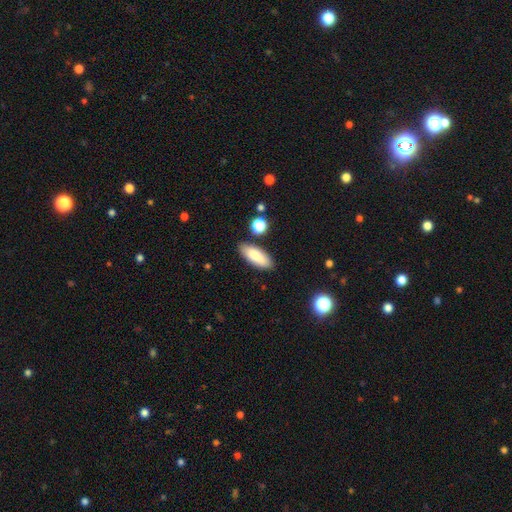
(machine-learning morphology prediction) Q: Smooth or featured?
A: smooth (82%); runner-up: featured or disk (11%)
Q: How rounded?
A: in between (75%); runner-up: cigar-shaped (23%)
Q: Merging?
A: none (85%); runner-up: minor disturbance (10%)